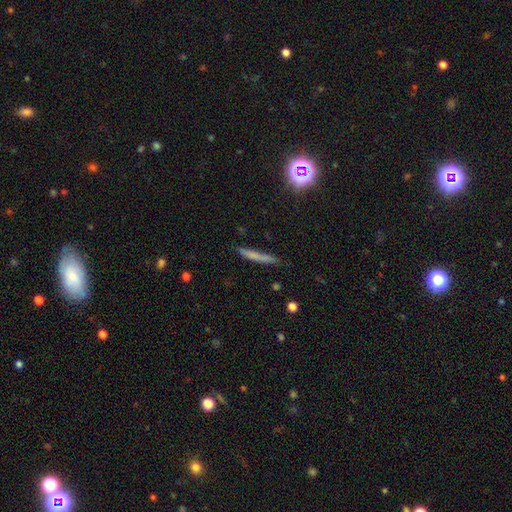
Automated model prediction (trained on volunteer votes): A smooth galaxy with no disk features (63%) that is cigar-shaped (93%).

Vote fractions:
- Smooth or featured? smooth: 63% / featured or disk: 25% / star or artifact: 12%
- How rounded? cigar-shaped: 93% / in between: 5% / round: 2%
- Merging? none: 79% / minor disturbance: 16% / major disturbance: 3% / merger: 2%